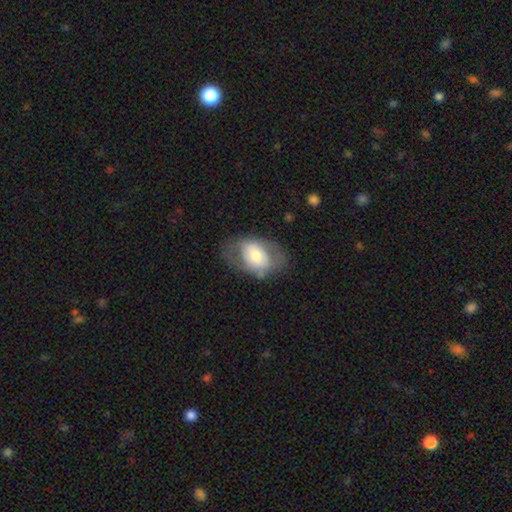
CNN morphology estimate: Smooth or featured? Predicted: smooth (p=0.54). How rounded? Predicted: in between (p=0.80). Merging? Predicted: none (p=0.58).